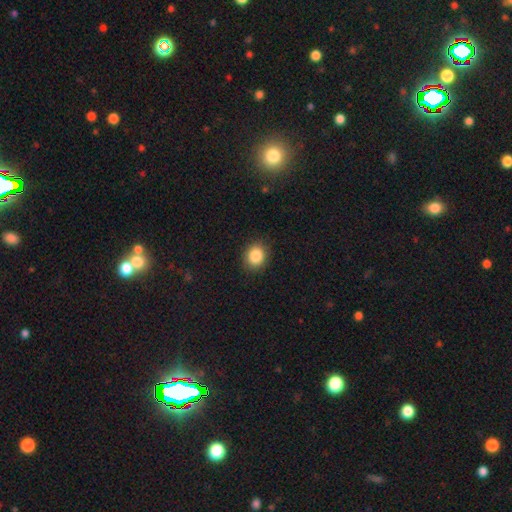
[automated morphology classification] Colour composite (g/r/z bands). It shows a smooth galaxy with no disk features (86%) that is round (65%). Merging: none (88%).